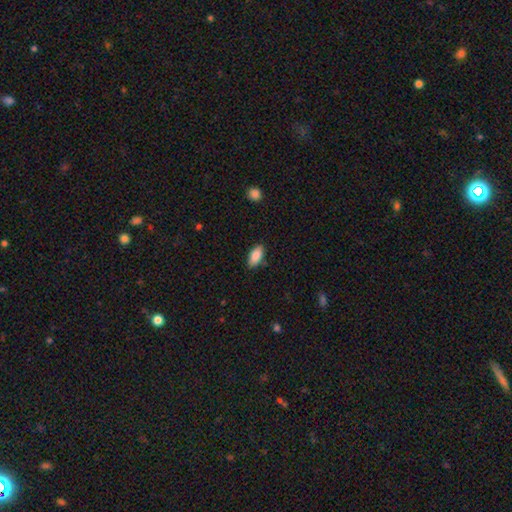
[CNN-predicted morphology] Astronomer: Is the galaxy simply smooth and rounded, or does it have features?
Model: smooth — 88%.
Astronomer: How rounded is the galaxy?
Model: in between — 90%.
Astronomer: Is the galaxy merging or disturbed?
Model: none — 83%.